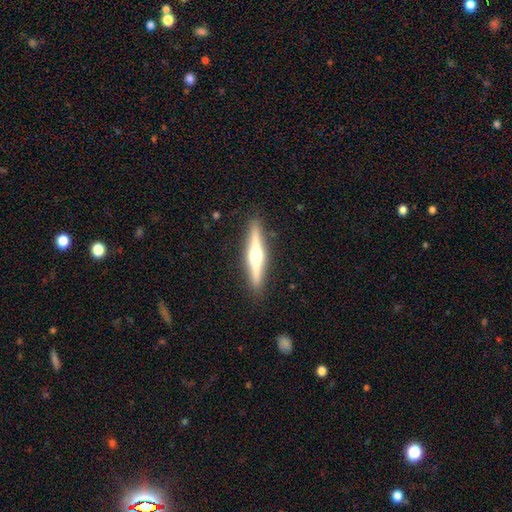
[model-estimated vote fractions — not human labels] Morphology: type=featured or disk (75%); edge-on=yes (98%); edge-on bulge=rounded (95%); merging=none (91%).